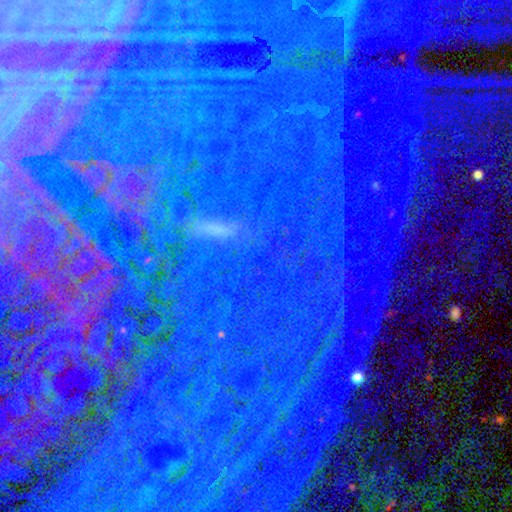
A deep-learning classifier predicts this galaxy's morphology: Smooth or featured: star or artifact — 75% (featured or disk — 15%)